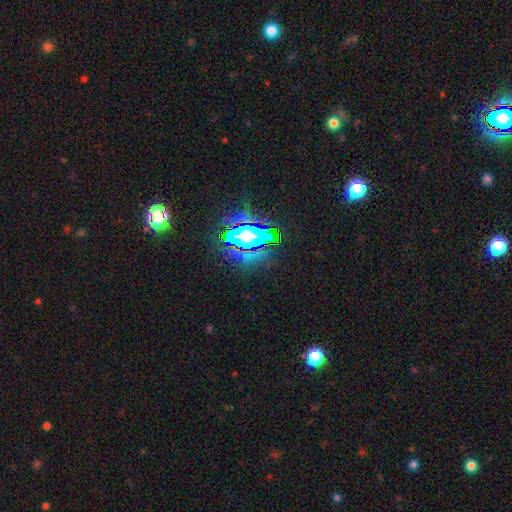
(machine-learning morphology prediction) smooth_or_featured: star or artifact (p=0.65) [alt: smooth p=0.19]